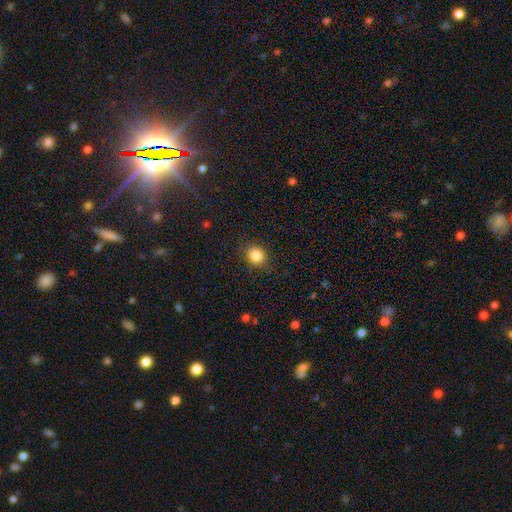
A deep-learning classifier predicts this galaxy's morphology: Overall: smooth (85%). How rounded: round (75%). Merging: none (87%).